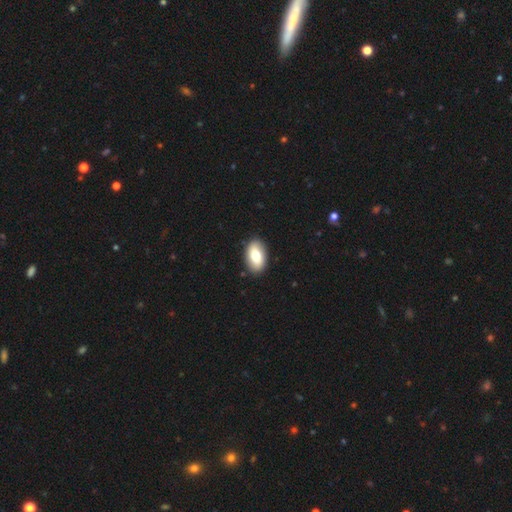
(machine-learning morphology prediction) type=smooth (71%); roundness=in between (92%); merging=none (89%).